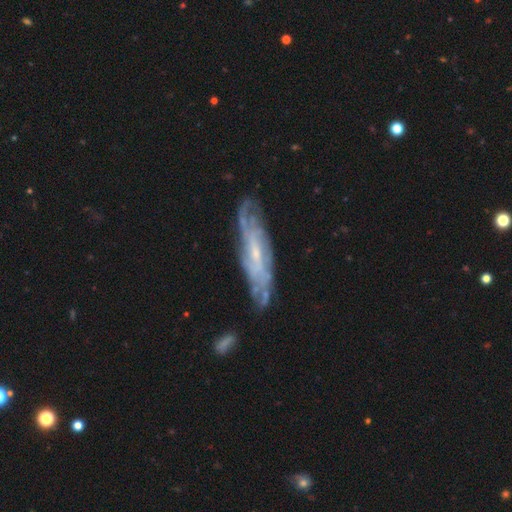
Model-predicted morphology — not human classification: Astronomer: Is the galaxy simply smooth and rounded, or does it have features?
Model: featured or disk — 81%.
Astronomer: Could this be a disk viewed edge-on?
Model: no — 74%.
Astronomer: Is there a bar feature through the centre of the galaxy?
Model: no — 45% (runner-up: weak, 42%).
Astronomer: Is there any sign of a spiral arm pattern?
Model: yes — 91%.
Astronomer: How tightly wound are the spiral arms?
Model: tight — 58%.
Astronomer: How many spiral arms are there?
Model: can't tell — 50%.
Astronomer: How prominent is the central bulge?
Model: small — 68%.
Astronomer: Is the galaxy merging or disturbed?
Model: none — 74%.